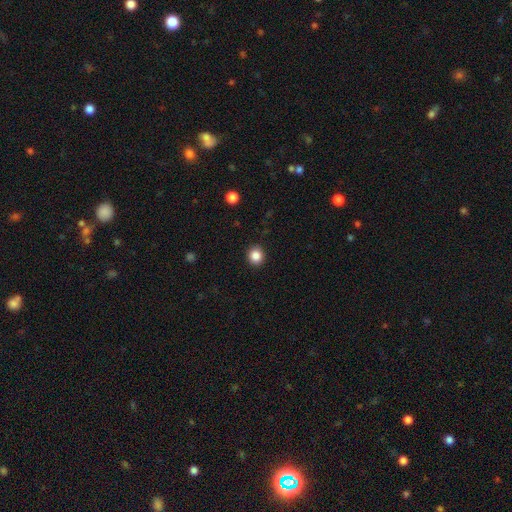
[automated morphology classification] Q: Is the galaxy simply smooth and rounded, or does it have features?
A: smooth — 86%.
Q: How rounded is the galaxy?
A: round — 87%.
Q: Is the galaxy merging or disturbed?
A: none — 92%.